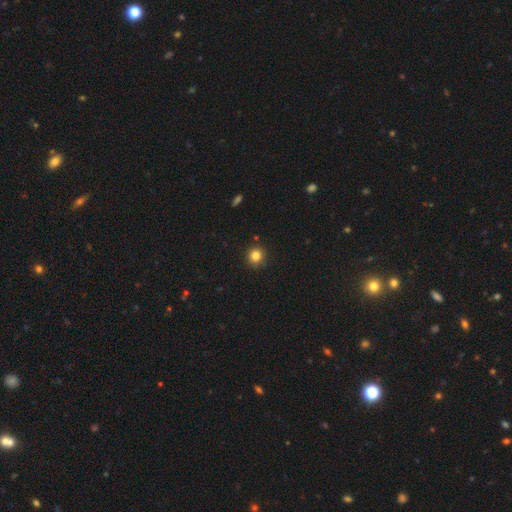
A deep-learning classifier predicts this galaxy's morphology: A smooth galaxy with no disk features (83%) that is round (92%).

Vote fractions:
- Smooth or featured? smooth: 83% / star or artifact: 12% / featured or disk: 5%
- How rounded? round: 92% / in between: 7% / cigar-shaped: 1%
- Merging? none: 89% / minor disturbance: 7% / major disturbance: 2% / merger: 2%